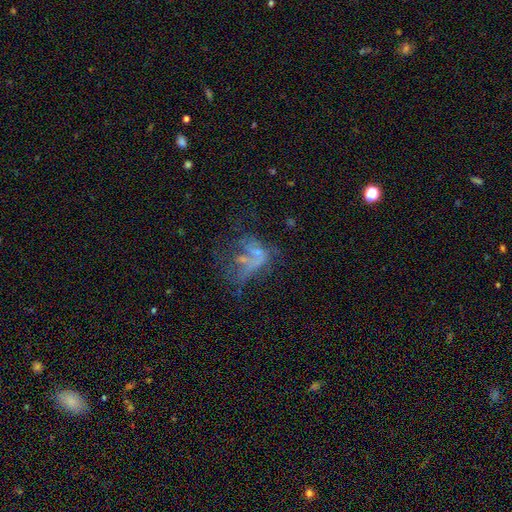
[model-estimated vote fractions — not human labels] Smooth or featured? featured or disk (51%)
Edge-on disk? no (97%)
Merging? major disturbance (43%)